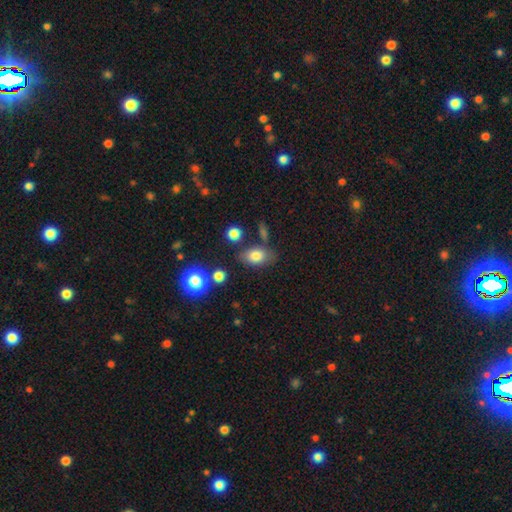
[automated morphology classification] Smooth or featured? Predicted: smooth (p=0.79). How rounded? Predicted: in between (p=0.83). Merging? Predicted: none (p=0.71).